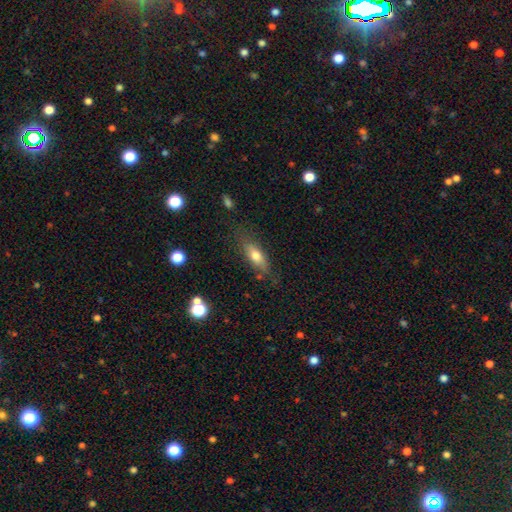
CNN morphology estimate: Smooth or featured?
  - smooth: 69% *
  - featured or disk: 23%
  - star or artifact: 8%
How rounded?
  - in between: 62% *
  - cigar-shaped: 34%
  - round: 4%
Merging?
  - none: 72% *
  - minor disturbance: 19%
  - major disturbance: 6%
  - merger: 3%